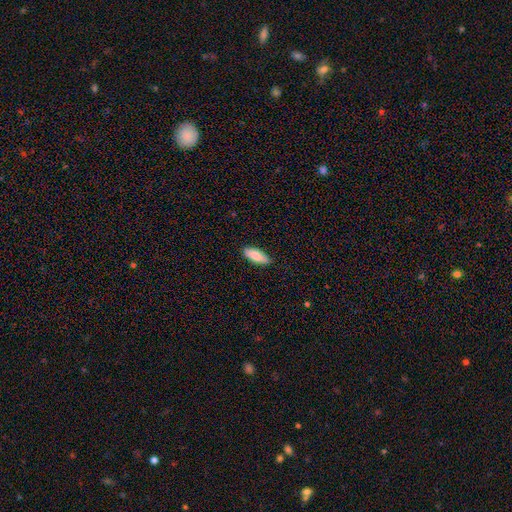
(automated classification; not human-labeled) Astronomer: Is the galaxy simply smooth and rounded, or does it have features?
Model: smooth — 82%.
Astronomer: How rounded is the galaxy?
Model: in between — 72%.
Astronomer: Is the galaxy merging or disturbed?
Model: none — 85%.